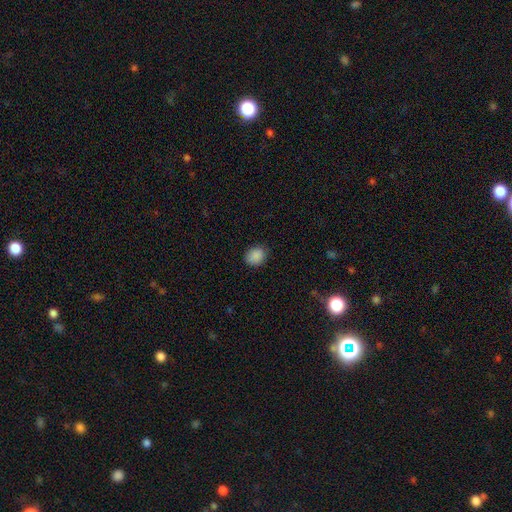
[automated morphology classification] smooth-or-featured: smooth: 88% | star or artifact: 9% | featured or disk: 3%
  how-rounded: in between: 52% | round: 48% | cigar-shaped: 1%
  merging: none: 85% | minor disturbance: 11% | major disturbance: 3% | merger: 1%